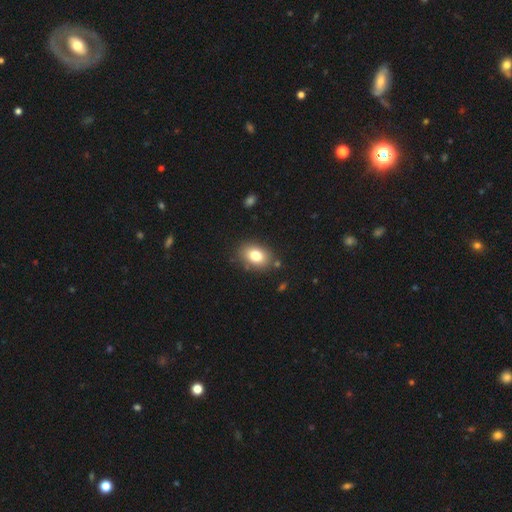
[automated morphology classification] smooth-or-featured: smooth: 79% | featured or disk: 11% | star or artifact: 10%
  how-rounded: in between: 76% | round: 23% | cigar-shaped: 1%
  merging: none: 84% | minor disturbance: 10% | major disturbance: 3% | merger: 3%